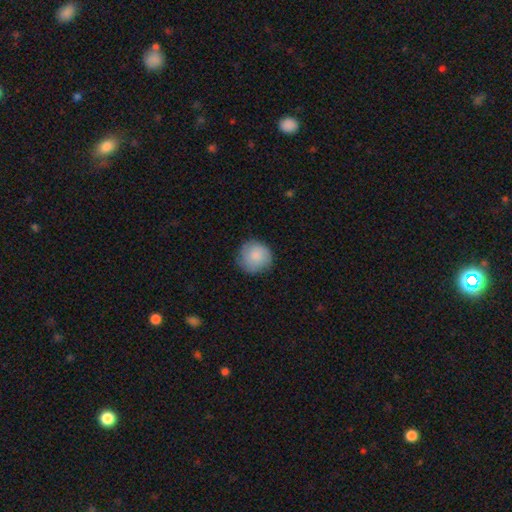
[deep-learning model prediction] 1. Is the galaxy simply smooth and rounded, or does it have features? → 82% smooth, 12% featured or disk, 6% star or artifact.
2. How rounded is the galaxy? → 92% round, 7% in between, 1% cigar-shaped.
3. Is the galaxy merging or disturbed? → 81% none, 15% minor disturbance, 3% major disturbance, 1% merger.